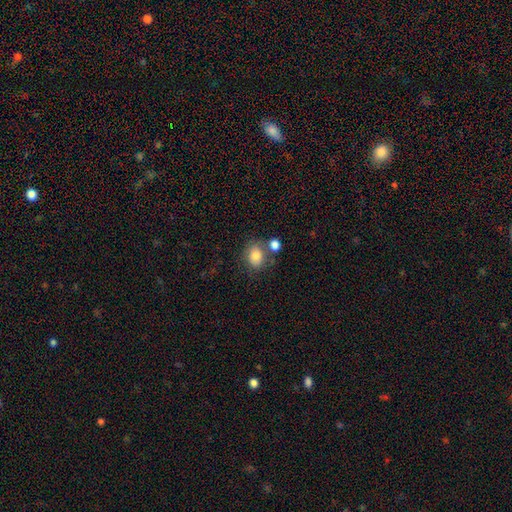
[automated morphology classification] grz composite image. It shows a smooth galaxy with no disk features (81%) that is in between round and cigar-shaped (54%). Merging: none (58%).